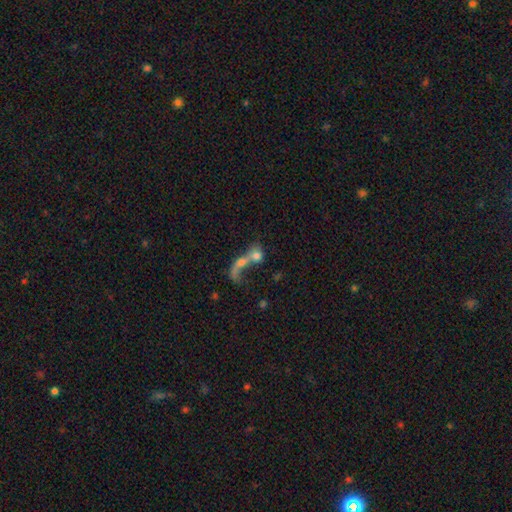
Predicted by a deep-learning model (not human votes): This appears to be a smooth galaxy with no disk features (56%) that is round (46%). Merging: merger (68%).